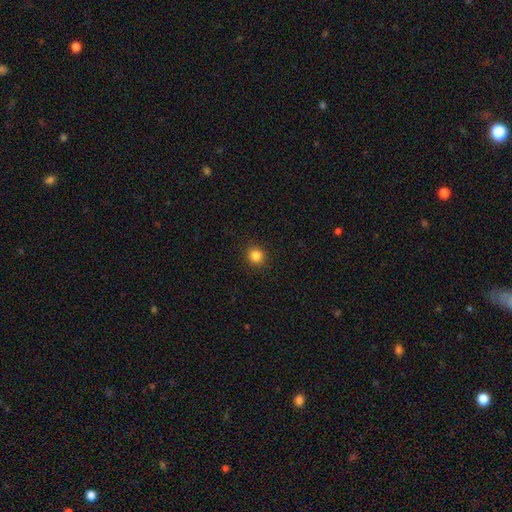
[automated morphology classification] Q: Smooth or featured?
A: smooth (84%); runner-up: star or artifact (12%)
Q: How rounded?
A: round (90%); runner-up: in between (9%)
Q: Merging?
A: none (92%); runner-up: minor disturbance (6%)